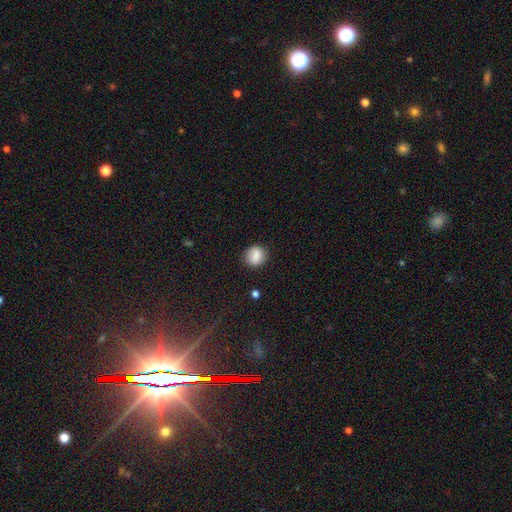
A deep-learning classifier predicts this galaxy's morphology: The model was most divided on "how rounded": round: 77%, in between: 22%, cigar-shaped: 1%. More confident: merging — none (84%); smooth or featured — smooth (81%).